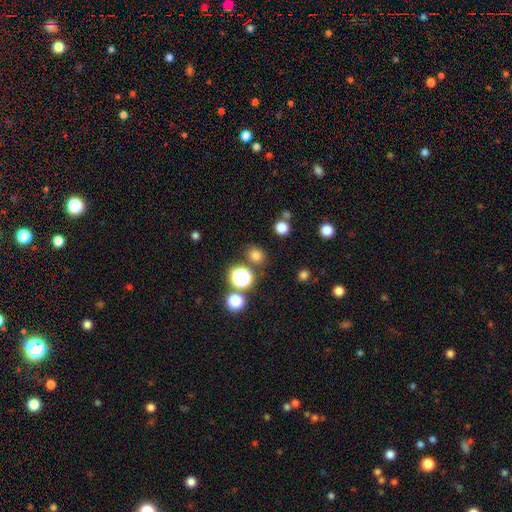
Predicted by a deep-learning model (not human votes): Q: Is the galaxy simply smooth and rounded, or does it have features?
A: smooth — 74%.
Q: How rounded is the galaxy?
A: round — 74%.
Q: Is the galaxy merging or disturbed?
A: none — 82%.